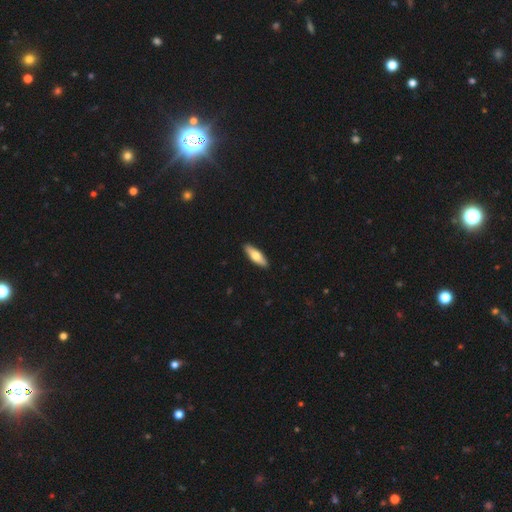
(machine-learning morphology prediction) smooth-or-featured: smooth: 66% | featured or disk: 29% | star or artifact: 5%
  how-rounded: in between: 51% | cigar-shaped: 47% | round: 2%
  merging: none: 91% | minor disturbance: 7% | major disturbance: 1% | merger: 1%